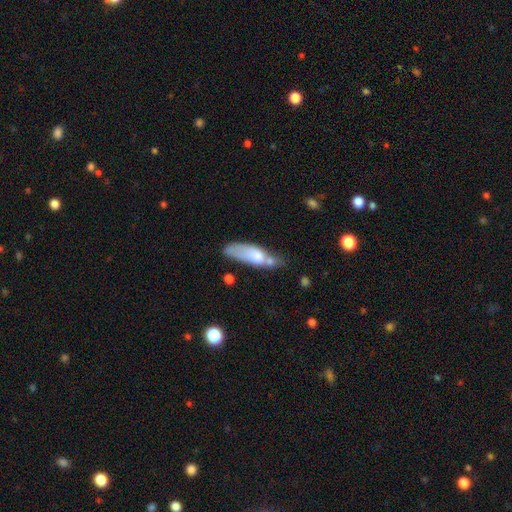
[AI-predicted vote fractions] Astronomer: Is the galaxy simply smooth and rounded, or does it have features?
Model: smooth — 64%.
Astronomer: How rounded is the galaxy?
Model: cigar-shaped — 50% (runner-up: in between, 48%).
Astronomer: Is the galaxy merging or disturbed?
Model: none — 34% (runner-up: merger, 25%).